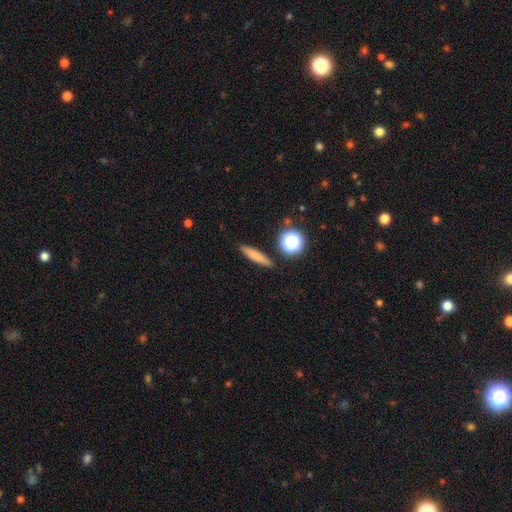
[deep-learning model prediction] smooth-or-featured: smooth: 72% | featured or disk: 17% | star or artifact: 11%
  how-rounded: cigar-shaped: 82% | in between: 12% | round: 7%
  merging: none: 88% | minor disturbance: 8% | merger: 2% | major disturbance: 2%